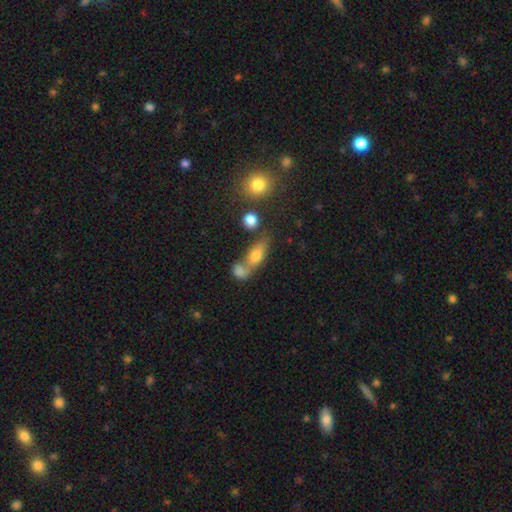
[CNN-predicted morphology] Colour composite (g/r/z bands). It shows a smooth galaxy with no disk features (60%) that is in between round and cigar-shaped (62%). Merging: none (42%).